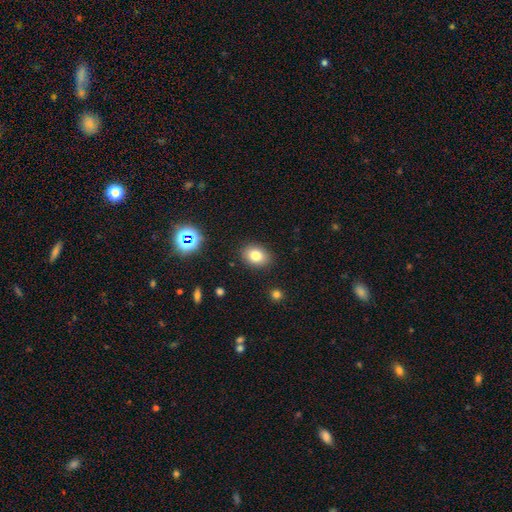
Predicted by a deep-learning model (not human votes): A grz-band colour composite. It shows a smooth galaxy with no disk features (79%) that is in between round and cigar-shaped (68%). Merging: none (87%).